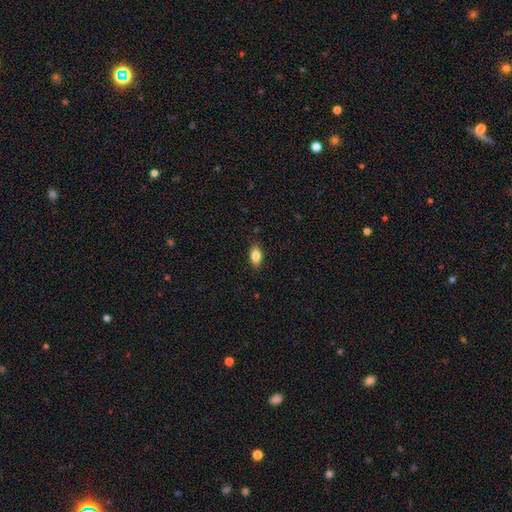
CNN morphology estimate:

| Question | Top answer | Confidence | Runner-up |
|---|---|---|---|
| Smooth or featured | smooth | 83% | featured or disk (9%) |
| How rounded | in between | 88% | cigar-shaped (7%) |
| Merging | none | 86% | minor disturbance (10%) |